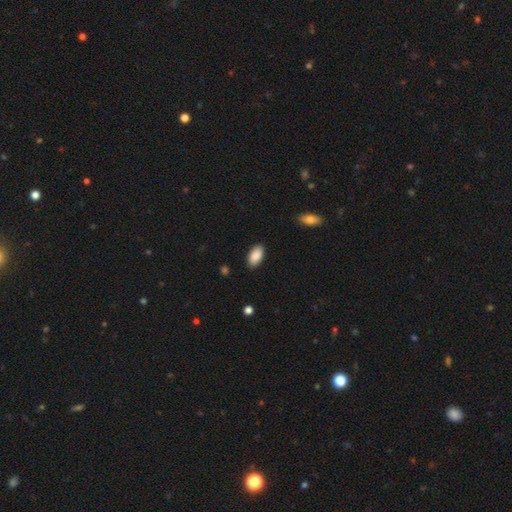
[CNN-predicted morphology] Smooth or featured?
  - smooth: 89% *
  - star or artifact: 6%
  - featured or disk: 4%
How rounded?
  - in between: 94% *
  - cigar-shaped: 3%
  - round: 3%
Merging?
  - none: 87% *
  - minor disturbance: 10%
  - major disturbance: 2%
  - merger: 1%